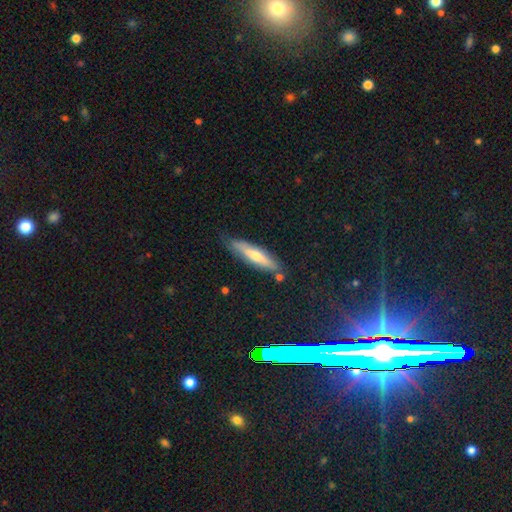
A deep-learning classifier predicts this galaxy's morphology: type=smooth (54%); roundness=cigar-shaped (81%); merging=none (78%).